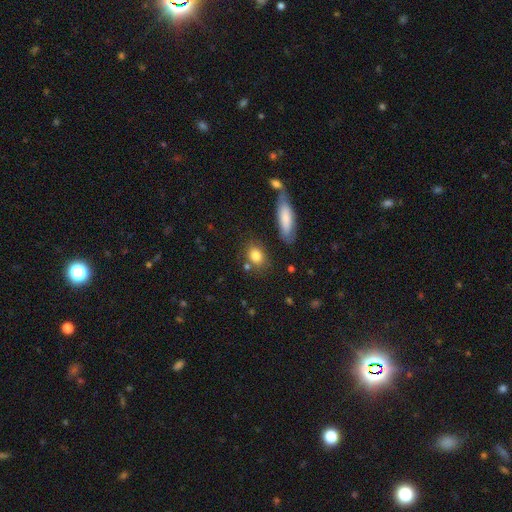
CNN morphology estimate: smooth-or-featured: smooth: 82% | featured or disk: 9% | star or artifact: 8%
  how-rounded: in between: 57% | round: 38% | cigar-shaped: 4%
  merging: none: 71% | minor disturbance: 14% | merger: 11% | major disturbance: 4%